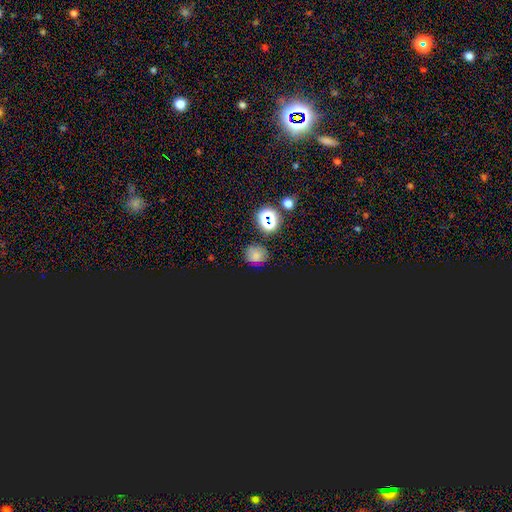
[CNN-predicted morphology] smooth 46%, star or artifact 43%, featured or disk 11%. Down the decision tree: merging — none (80%).